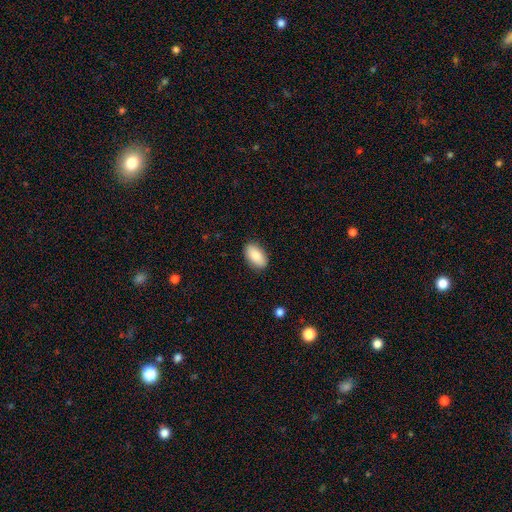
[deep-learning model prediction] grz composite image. It shows a smooth galaxy with no disk features (86%) that is in between round and cigar-shaped (93%). Merging: none (87%).